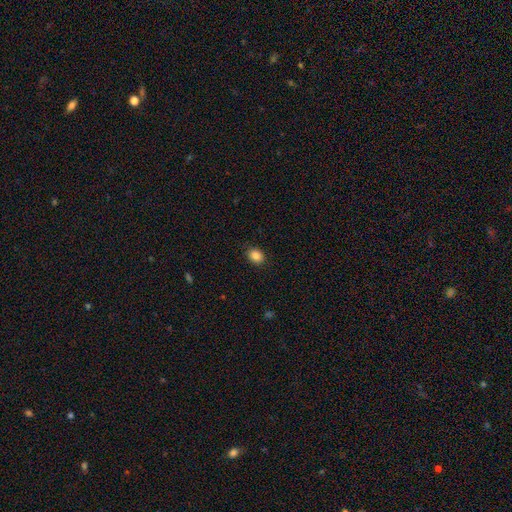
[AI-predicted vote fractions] Q: Smooth or featured?
A: smooth (87%); runner-up: star or artifact (9%)
Q: How rounded?
A: in between (53%); runner-up: round (47%)
Q: Merging?
A: none (89%); runner-up: minor disturbance (8%)